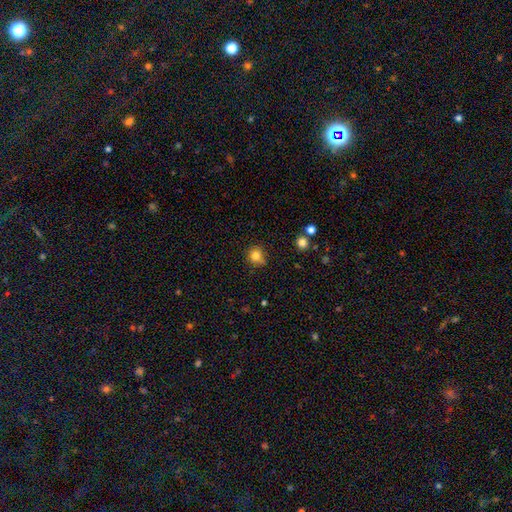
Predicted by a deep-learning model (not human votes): Smooth or featured? Predicted: smooth (p=0.81). How rounded? Predicted: round (p=0.88). Merging? Predicted: none (p=0.73).